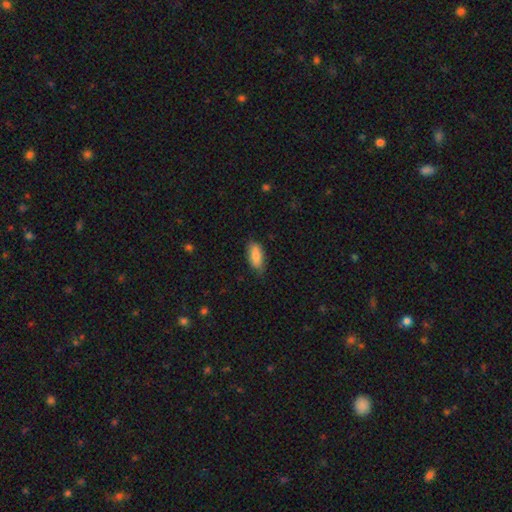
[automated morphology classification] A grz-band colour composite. It shows a smooth galaxy with no disk features (83%) that is in between round and cigar-shaped (84%). Merging: none (75%).